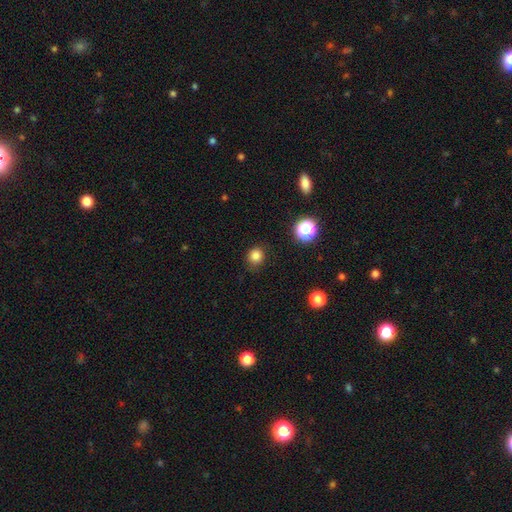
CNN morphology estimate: Smooth or featured? smooth (82%)
How rounded? round (88%)
Merging? none (85%)